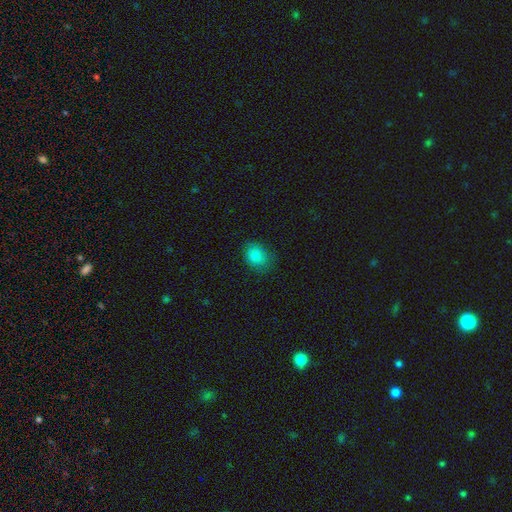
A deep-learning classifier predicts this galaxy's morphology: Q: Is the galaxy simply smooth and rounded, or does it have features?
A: smooth — 86%.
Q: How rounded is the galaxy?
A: in between — 54%.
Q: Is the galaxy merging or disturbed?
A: none — 76%.